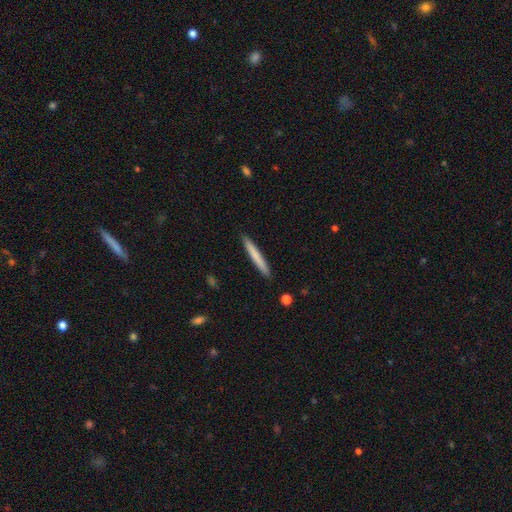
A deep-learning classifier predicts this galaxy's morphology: Smooth or featured? smooth (73%)
How rounded? cigar-shaped (97%)
Merging? none (92%)